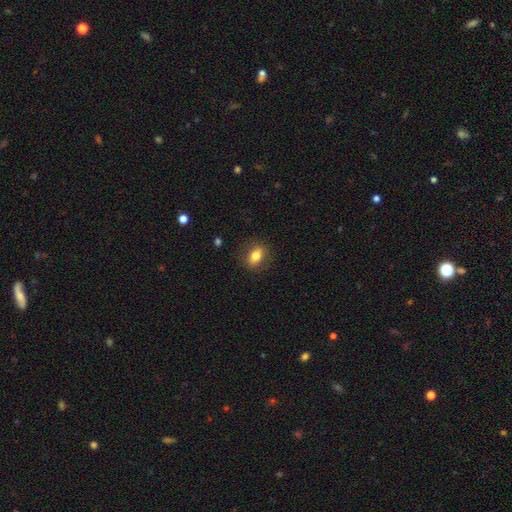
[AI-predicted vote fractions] Smooth or featured?
  - smooth: 75% *
  - featured or disk: 16%
  - star or artifact: 9%
How rounded?
  - in between: 72% *
  - round: 24%
  - cigar-shaped: 4%
Merging?
  - none: 85% *
  - minor disturbance: 11%
  - major disturbance: 3%
  - merger: 1%